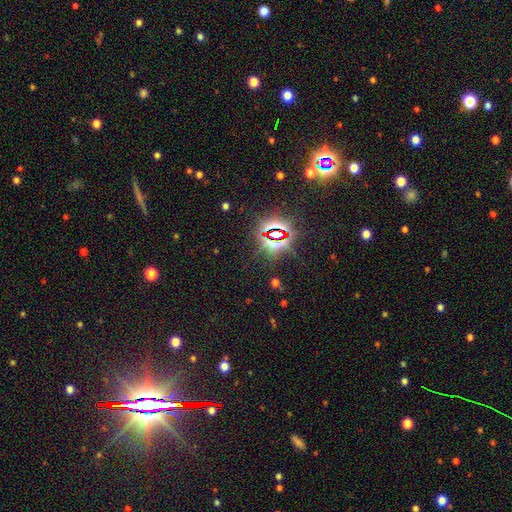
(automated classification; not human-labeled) A star or artifact, not a galaxy (83%).

Vote fractions:
- Smooth or featured? star or artifact: 83% / smooth: 9% / featured or disk: 8%